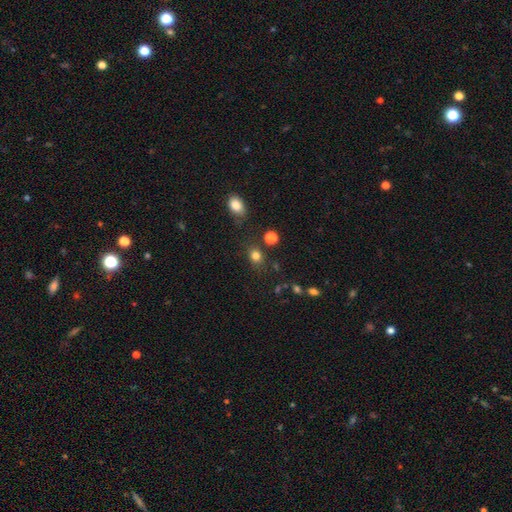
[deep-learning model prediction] Q: Smooth or featured?
A: smooth (81%); runner-up: star or artifact (13%)
Q: How rounded?
A: round (60%); runner-up: in between (38%)
Q: Merging?
A: none (77%); runner-up: minor disturbance (13%)